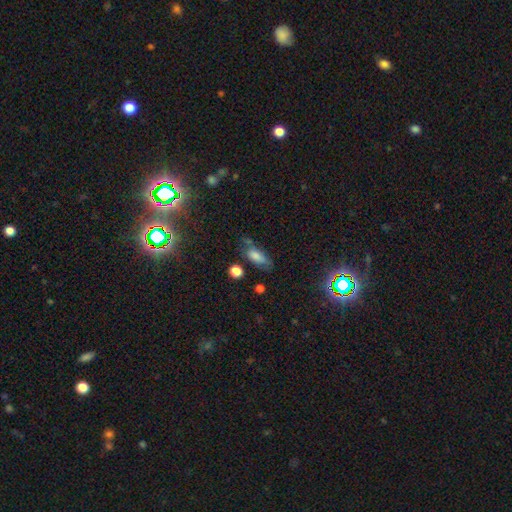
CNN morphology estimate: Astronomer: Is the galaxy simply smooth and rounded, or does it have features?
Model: smooth — 67%.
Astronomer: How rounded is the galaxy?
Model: in between — 76%.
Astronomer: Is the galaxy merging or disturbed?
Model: none — 54%.